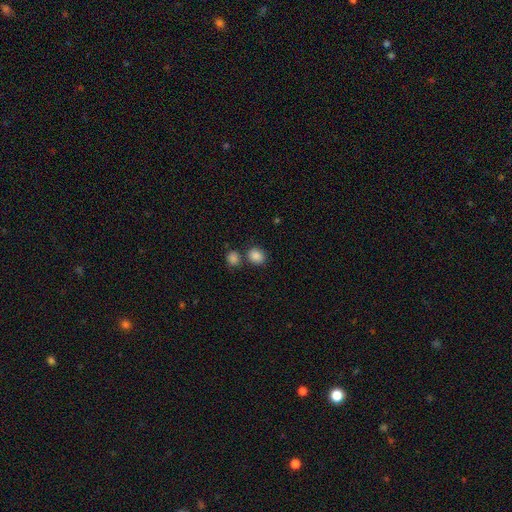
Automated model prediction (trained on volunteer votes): Overall: smooth (86%). How rounded: round (65%; in between 35%). Merging: none (67%).